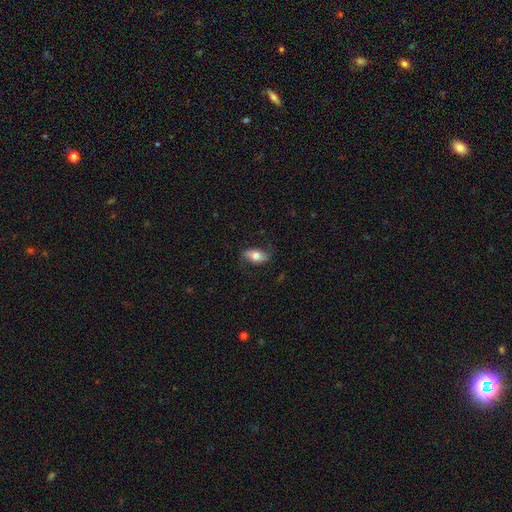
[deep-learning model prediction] smooth-or-featured: smooth: 63% | featured or disk: 30% | star or artifact: 7%
  how-rounded: in between: 88% | cigar-shaped: 7% | round: 6%
  merging: none: 73% | minor disturbance: 19% | major disturbance: 7% | merger: 1%